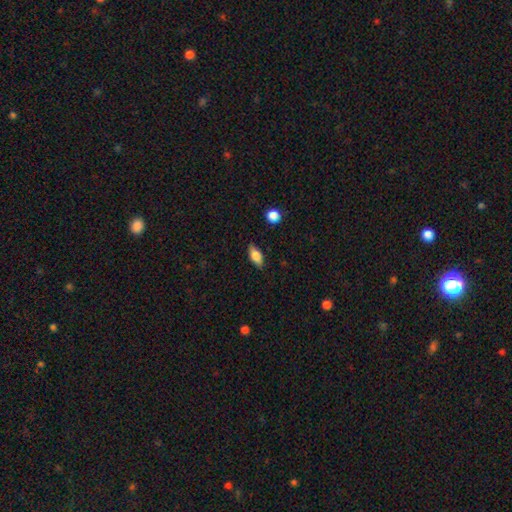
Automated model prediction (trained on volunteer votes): Smooth or featured?
  - smooth: 75% *
  - featured or disk: 17%
  - star or artifact: 7%
How rounded?
  - in between: 84% *
  - cigar-shaped: 12%
  - round: 5%
Merging?
  - none: 83% *
  - minor disturbance: 13%
  - major disturbance: 3%
  - merger: 1%